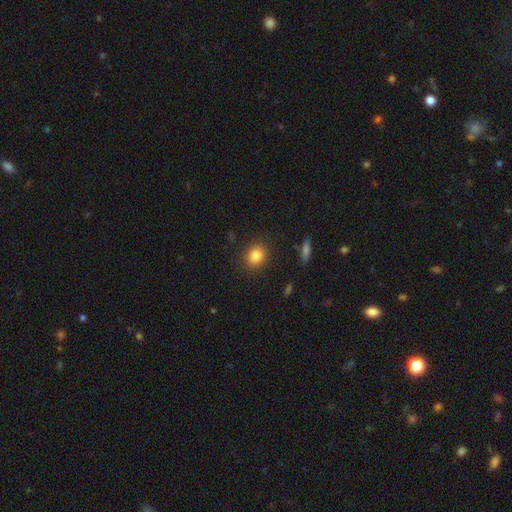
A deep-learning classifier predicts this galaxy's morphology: Q: Smooth or featured?
A: smooth (84%); runner-up: star or artifact (10%)
Q: How rounded?
A: round (71%); runner-up: in between (28%)
Q: Merging?
A: none (89%); runner-up: minor disturbance (7%)